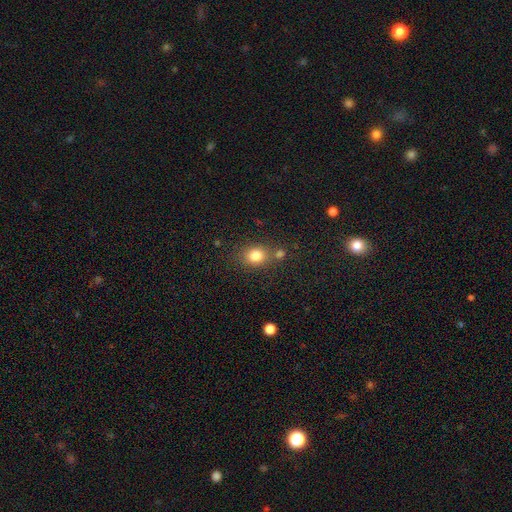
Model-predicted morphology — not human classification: The model was most divided on "how rounded": round: 65%, in between: 34%, cigar-shaped: 1%. More confident: smooth or featured — smooth (81%); merging — none (67%).